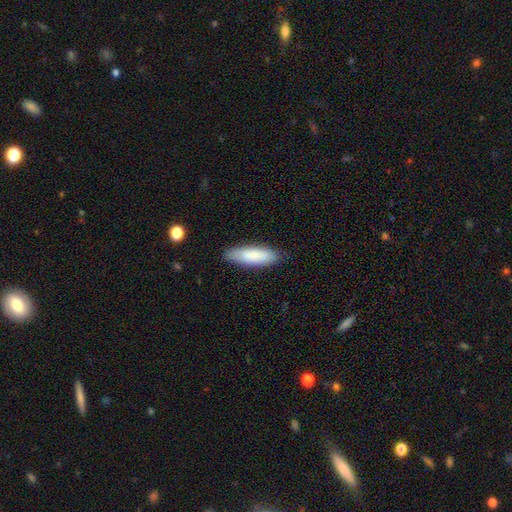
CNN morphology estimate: This appears to be a smooth galaxy with no disk features (83%) that is in between round and cigar-shaped (50%). Merging: none (85%).